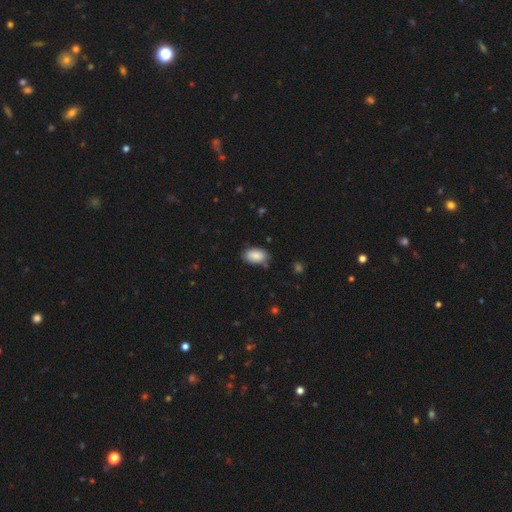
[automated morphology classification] Smooth or featured: smooth — 87% (star or artifact — 7%)
How rounded: in between — 93% (round — 6%)
Merging: none — 78% (minor disturbance — 16%)